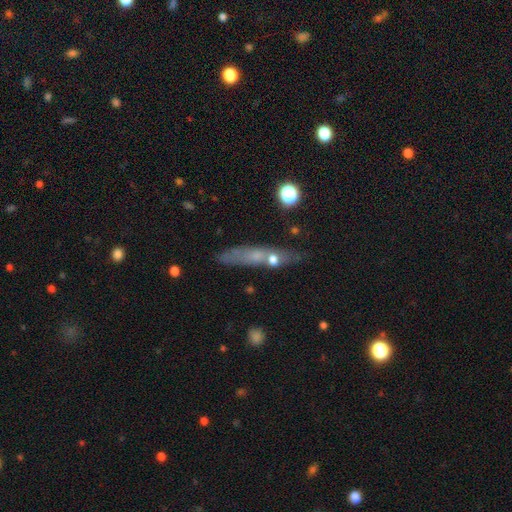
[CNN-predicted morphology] smooth_or_featured: smooth (p=0.44) [alt: featured or disk p=0.43]
merging: none (p=0.69) [alt: minor disturbance p=0.16]